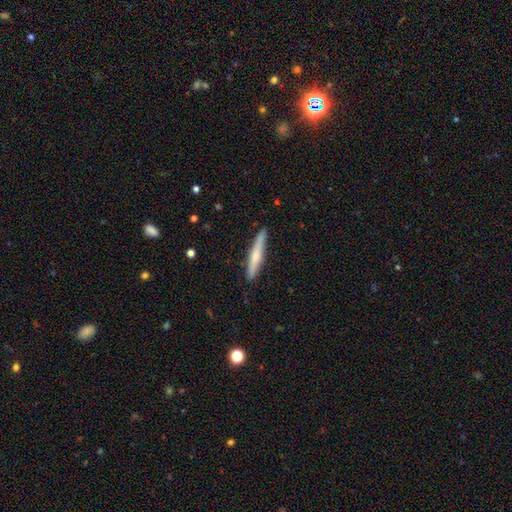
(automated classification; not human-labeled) smooth_or_featured: smooth (p=0.54) [alt: featured or disk p=0.40]
how_rounded: cigar-shaped (p=0.93) [alt: in between p=0.05]
merging: none (p=0.90) [alt: minor disturbance p=0.08]